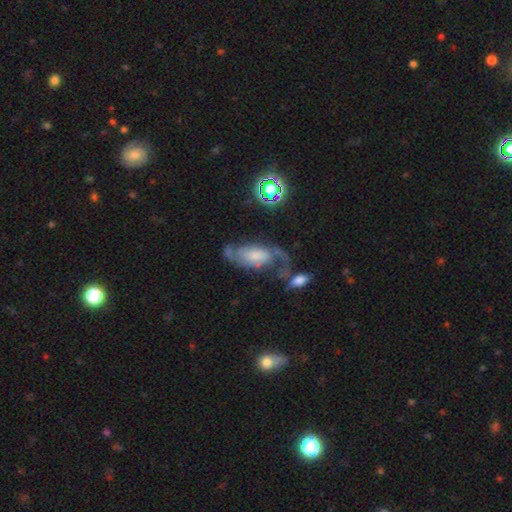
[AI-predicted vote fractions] Overall: featured or disk (74%). Edge-on disk: no (95%). Bar: no (62%; weak 30%). Spiral arms: yes (93%). Spiral arm count: 2 (78%). Spiral winding: medium (42%; loose 34%). Bulge size: small (41%; moderate 28%). Merging: none (42%; major disturbance 24%).